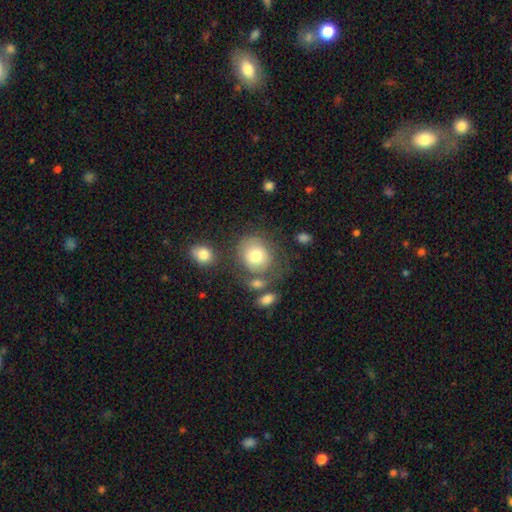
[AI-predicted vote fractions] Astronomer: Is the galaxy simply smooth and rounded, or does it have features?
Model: smooth — 74%.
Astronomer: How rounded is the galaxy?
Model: round — 73%.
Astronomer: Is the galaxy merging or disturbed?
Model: none — 59%.